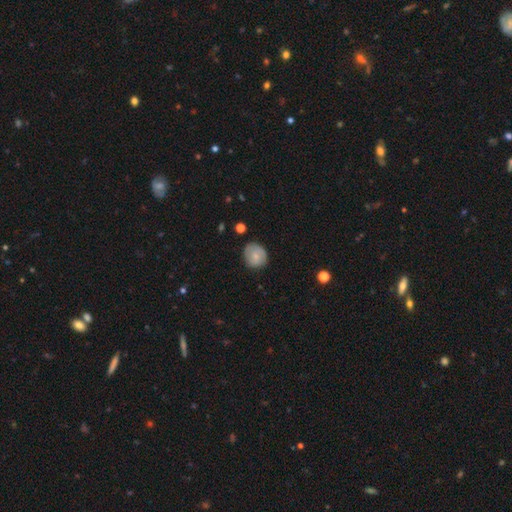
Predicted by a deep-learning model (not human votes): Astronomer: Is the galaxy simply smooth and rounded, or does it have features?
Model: smooth — 73%.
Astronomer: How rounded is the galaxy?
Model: round — 81%.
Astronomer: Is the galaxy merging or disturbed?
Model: none — 75%.